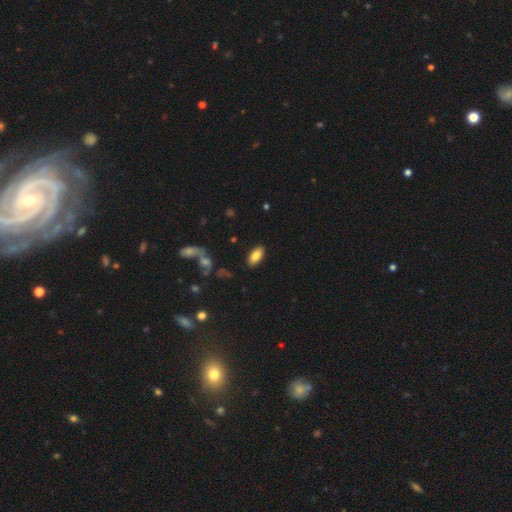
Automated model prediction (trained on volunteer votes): A smooth galaxy with no disk features (82%) that is in between round and cigar-shaped (90%).

Vote fractions:
- Smooth or featured? smooth: 82% / featured or disk: 10% / star or artifact: 7%
- How rounded? in between: 90% / cigar-shaped: 8% / round: 2%
- Merging? none: 87% / minor disturbance: 9% / major disturbance: 2% / merger: 2%